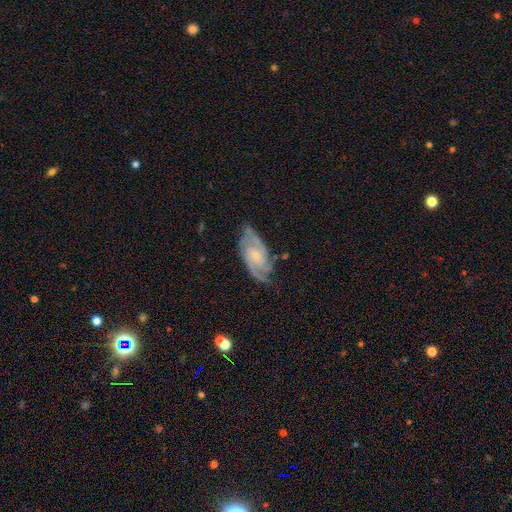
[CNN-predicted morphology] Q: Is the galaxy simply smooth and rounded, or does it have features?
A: featured or disk — 86%.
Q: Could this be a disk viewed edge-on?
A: no — 95%.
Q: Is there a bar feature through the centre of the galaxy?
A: no — 52%.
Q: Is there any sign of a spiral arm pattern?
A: yes — 97%.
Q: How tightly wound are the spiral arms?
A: medium — 47%.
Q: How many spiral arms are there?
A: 2 — 62%.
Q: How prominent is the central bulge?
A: small — 68%.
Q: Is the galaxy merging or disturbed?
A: none — 74%.